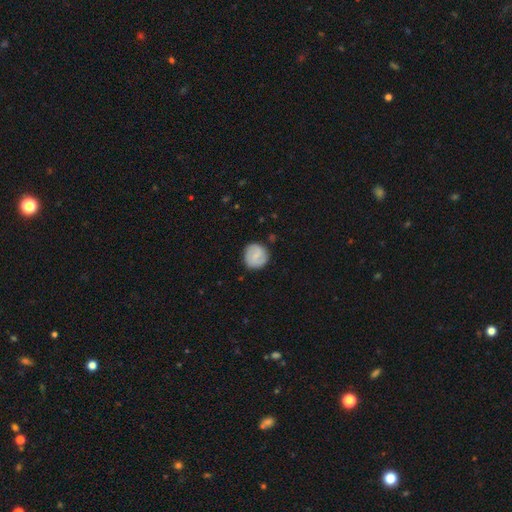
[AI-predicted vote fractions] smooth_or_featured: smooth (p=0.53) [alt: featured or disk p=0.41]
how_rounded: round (p=0.90) [alt: in between p=0.09]
merging: none (p=0.84) [alt: minor disturbance p=0.12]